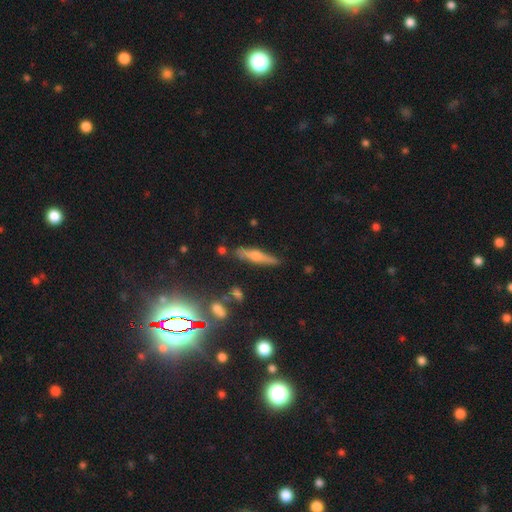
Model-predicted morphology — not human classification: Overall: featured or disk (51%; smooth 37%). Edge-on disk: yes (91%). Merging: none (83%).